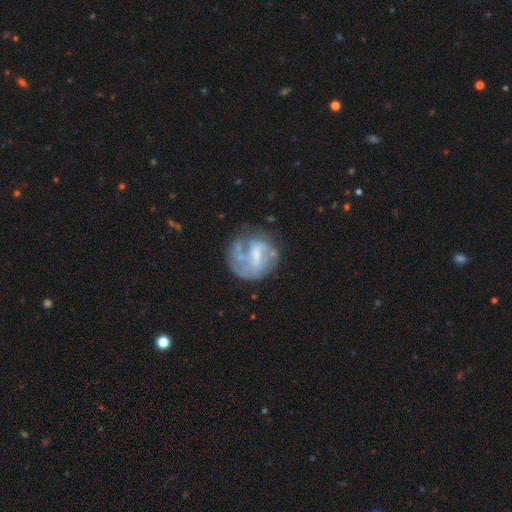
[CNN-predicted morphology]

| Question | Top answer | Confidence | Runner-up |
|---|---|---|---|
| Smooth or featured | featured or disk | 66% | smooth (26%) |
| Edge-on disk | no | 98% | yes (2%) |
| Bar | weak | 45% | no (35%) |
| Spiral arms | yes | 53% | no (47%) |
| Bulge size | small | 33% | moderate (31%) |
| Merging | none | 50% | major disturbance (22%) |